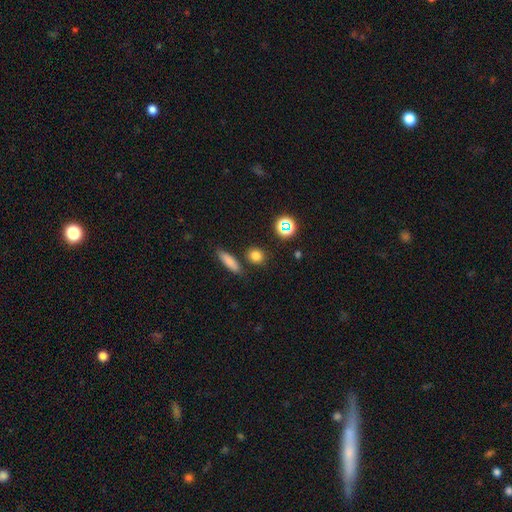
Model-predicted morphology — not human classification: A smooth galaxy with no disk features (79%) that is round (74%).

Vote fractions:
- Smooth or featured? smooth: 79% / star or artifact: 15% / featured or disk: 6%
- How rounded? round: 74% / in between: 20% / cigar-shaped: 6%
- Merging? none: 84% / minor disturbance: 8% / merger: 6% / major disturbance: 2%